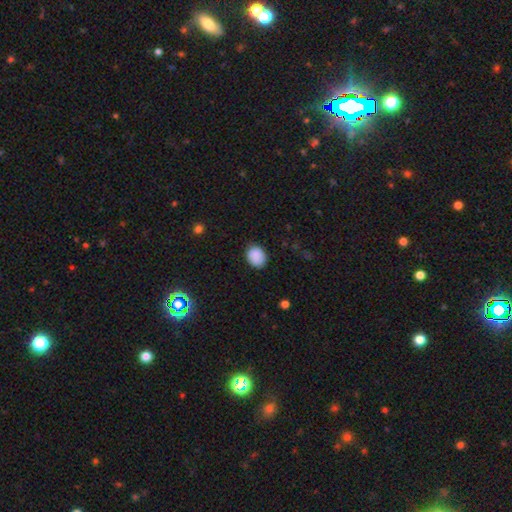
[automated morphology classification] Q: Smooth or featured?
A: smooth (88%); runner-up: star or artifact (8%)
Q: How rounded?
A: round (53%); runner-up: in between (46%)
Q: Merging?
A: none (83%); runner-up: minor disturbance (13%)